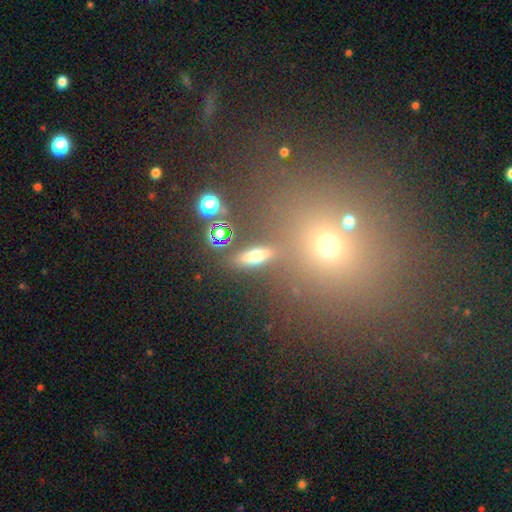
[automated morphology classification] smooth_or_featured: smooth (p=0.58) [alt: featured or disk p=0.22]
how_rounded: in between (p=0.54) [alt: cigar-shaped p=0.36]
merging: none (p=0.79) [alt: minor disturbance p=0.10]